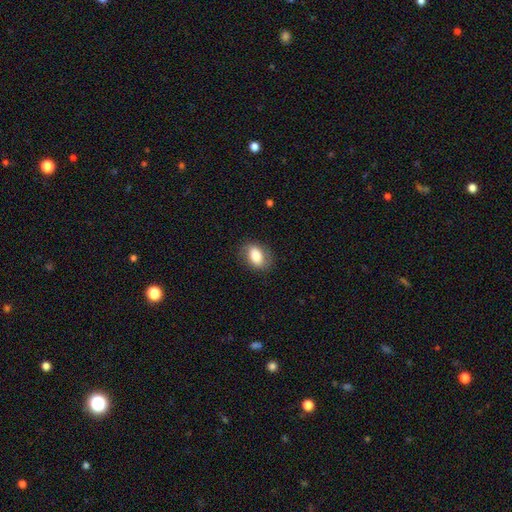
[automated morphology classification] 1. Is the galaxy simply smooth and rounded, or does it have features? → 74% smooth, 18% featured or disk, 7% star or artifact.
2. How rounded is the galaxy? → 85% in between, 14% round, 2% cigar-shaped.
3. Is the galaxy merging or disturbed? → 78% none, 15% minor disturbance, 5% major disturbance, 1% merger.